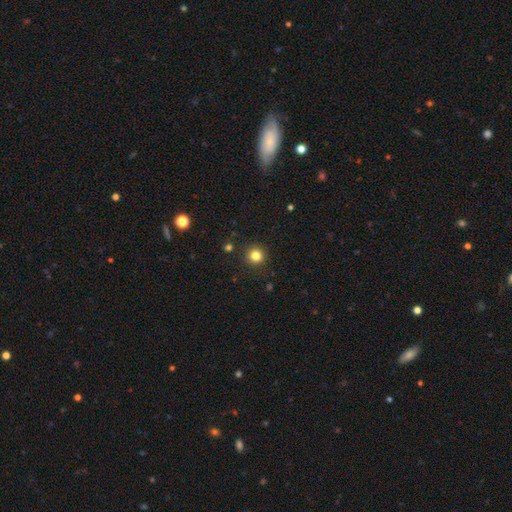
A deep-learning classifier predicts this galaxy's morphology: Overall: smooth (82%). How rounded: round (93%). Merging: none (91%).